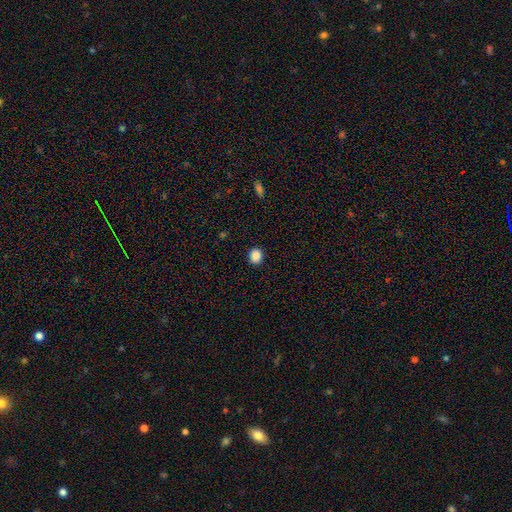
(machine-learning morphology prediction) smooth 88%, star or artifact 10%, featured or disk 3%. Down the decision tree: how rounded — round (77%); merging — none (91%).